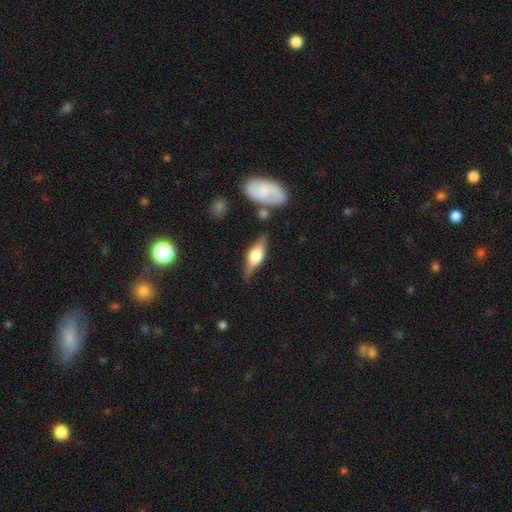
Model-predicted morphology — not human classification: Q: Smooth or featured?
A: featured or disk (64%); runner-up: smooth (29%)
Q: Edge-on disk?
A: yes (93%); runner-up: no (7%)
Q: Edge-on bulge?
A: rounded (89%); runner-up: boxy (9%)
Q: Merging?
A: none (79%); runner-up: minor disturbance (13%)